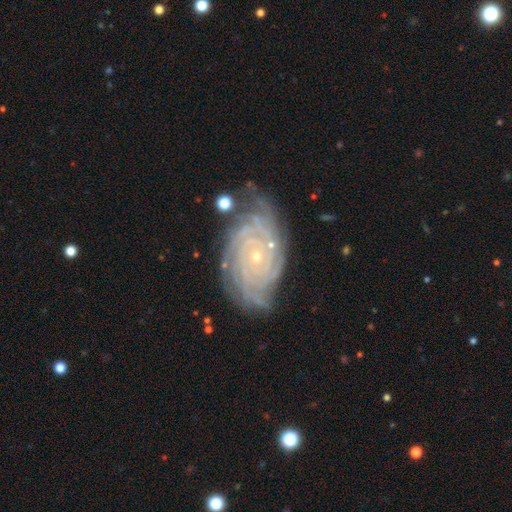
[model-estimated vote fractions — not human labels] Smooth or featured: featured or disk — 89% (star or artifact — 6%)
Edge-on disk: no — 97% (yes — 3%)
Bar: no — 78% (weak — 16%)
Spiral arms: yes — 98% (no — 2%)
Spiral winding: tight — 84% (medium — 14%)
Spiral arm count: 4 — 28% (more than 4 — 21%)
Bulge size: small — 85% (moderate — 12%)
Merging: none — 71% (minor disturbance — 20%)